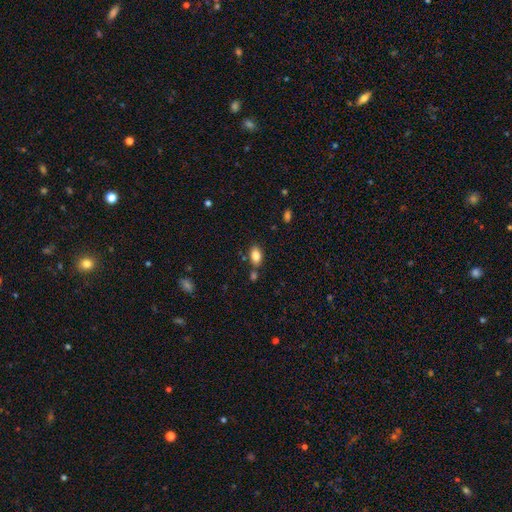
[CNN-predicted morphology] smooth_or_featured: smooth (p=0.83) [alt: star or artifact p=0.09]
how_rounded: in between (p=0.89) [alt: round p=0.09]
merging: none (p=0.75) [alt: minor disturbance p=0.12]